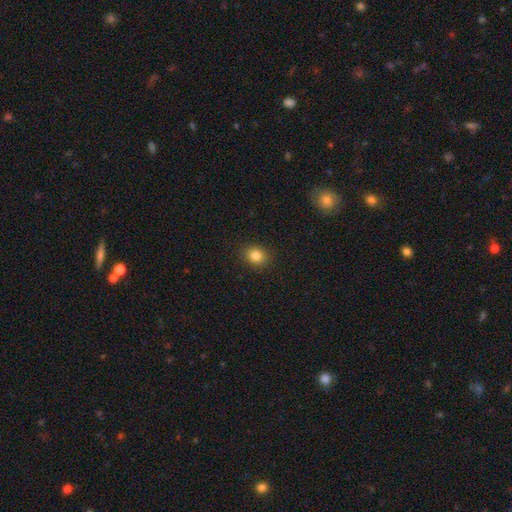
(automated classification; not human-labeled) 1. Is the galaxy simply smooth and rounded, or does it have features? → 83% smooth, 11% star or artifact, 6% featured or disk.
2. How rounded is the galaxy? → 70% round, 29% in between, 1% cigar-shaped.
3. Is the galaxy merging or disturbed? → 90% none, 7% minor disturbance, 2% major disturbance, 1% merger.